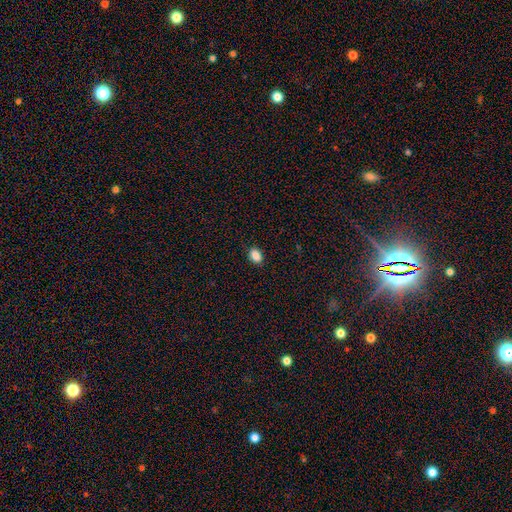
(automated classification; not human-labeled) Smooth or featured: smooth — 88% (star or artifact — 9%)
How rounded: in between — 81% (round — 17%)
Merging: none — 89% (minor disturbance — 8%)